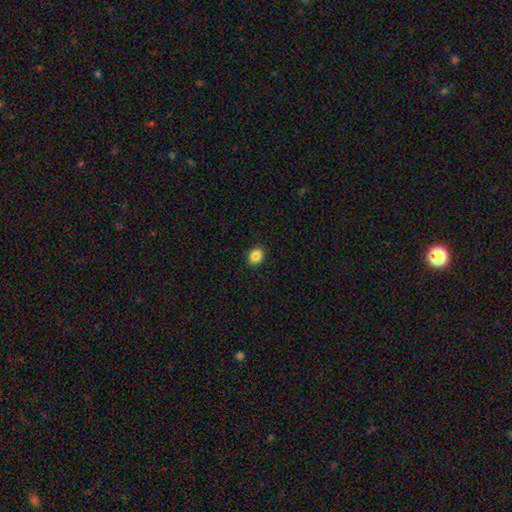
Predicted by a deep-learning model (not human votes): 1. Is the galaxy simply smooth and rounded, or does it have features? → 87% smooth, 9% star or artifact, 4% featured or disk.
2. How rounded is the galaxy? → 53% in between, 46% round, 1% cigar-shaped.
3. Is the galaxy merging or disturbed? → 92% none, 6% minor disturbance, 2% major disturbance, 1% merger.